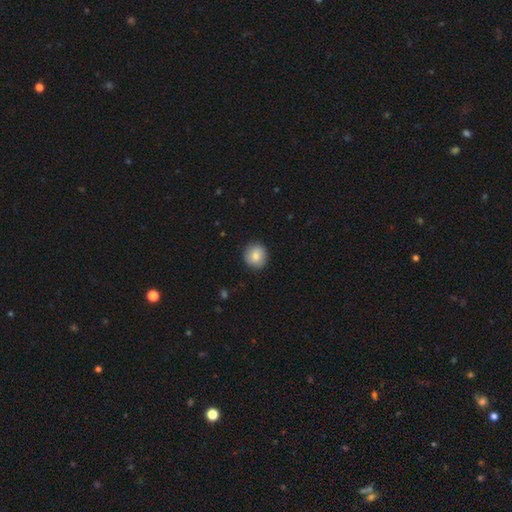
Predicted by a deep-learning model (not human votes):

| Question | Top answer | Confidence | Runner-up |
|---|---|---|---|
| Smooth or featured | smooth | 82% | featured or disk (10%) |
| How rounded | round | 90% | in between (9%) |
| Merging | none | 89% | minor disturbance (8%) |